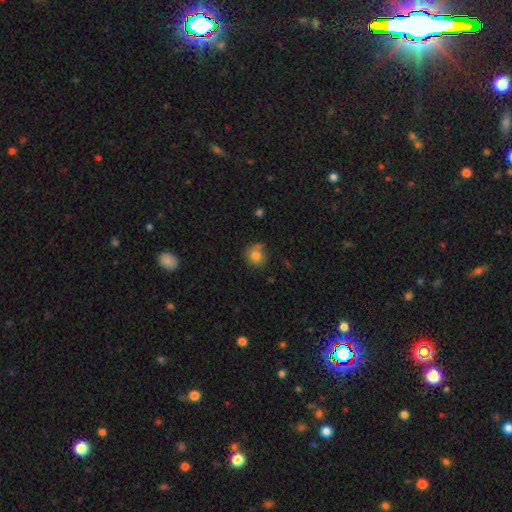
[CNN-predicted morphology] Smooth or featured? Predicted: smooth (p=0.79). How rounded? Predicted: round (p=0.85). Merging? Predicted: none (p=0.68).